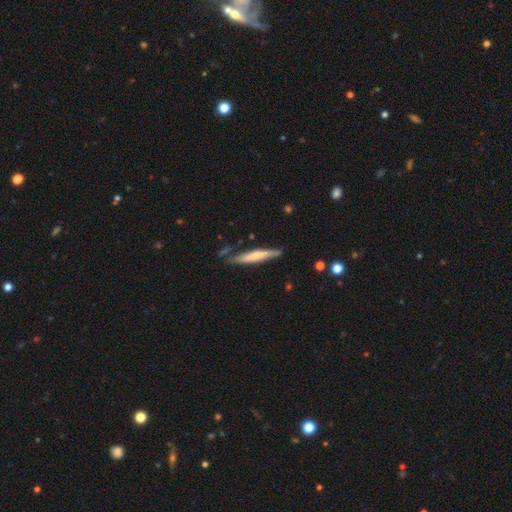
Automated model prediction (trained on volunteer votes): Smooth or featured? Predicted: smooth (p=0.60). How rounded? Predicted: cigar-shaped (p=0.93). Merging? Predicted: none (p=0.77).